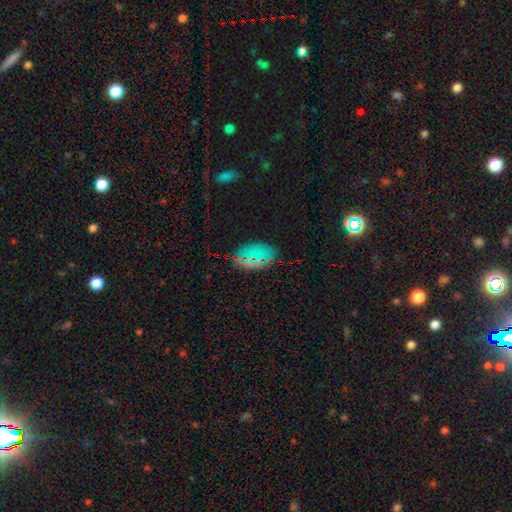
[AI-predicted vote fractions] Overall: smooth (60%; star or artifact 31%). How rounded: in between (86%). Merging: none (86%).